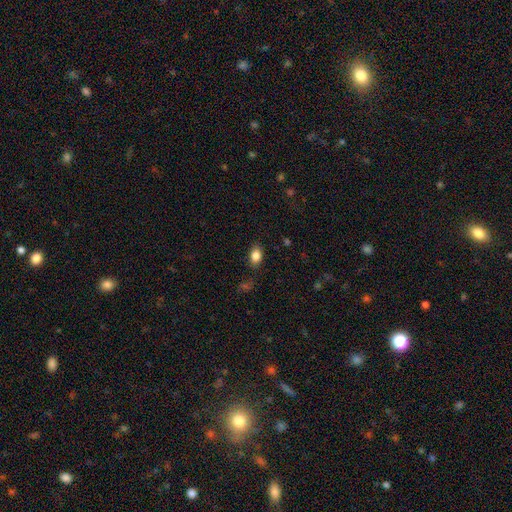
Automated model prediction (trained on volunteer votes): Morphology: type=smooth (84%); roundness=in between (82%); merging=none (83%).